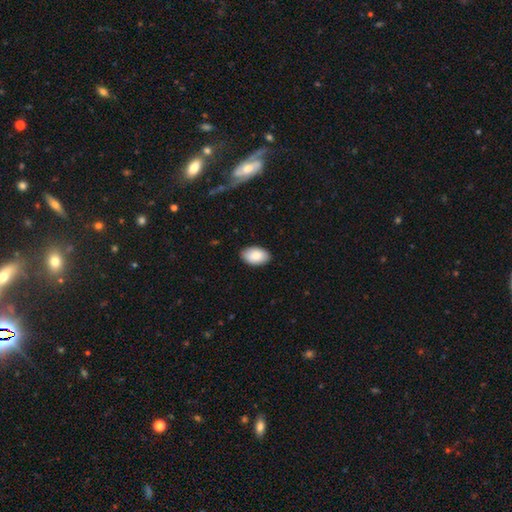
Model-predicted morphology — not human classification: Q: Smooth or featured?
A: smooth (88%); runner-up: featured or disk (6%)
Q: How rounded?
A: in between (93%); runner-up: round (5%)
Q: Merging?
A: none (88%); runner-up: minor disturbance (9%)